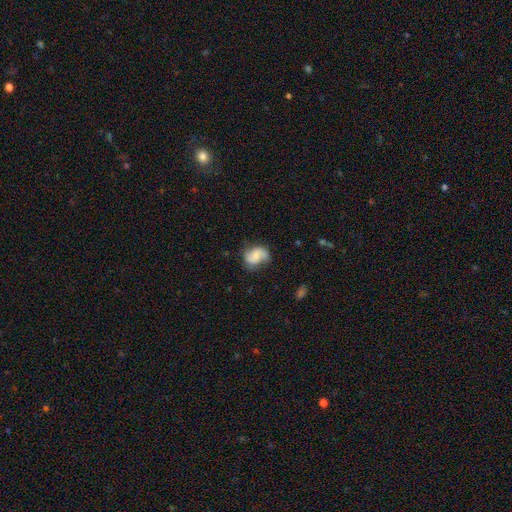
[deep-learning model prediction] The model was most divided on "spiral winding": loose: 42%, medium: 41%, tight: 17%. Remaining: edge-on disk — no (98%); spiral arms — yes (92%); spiral arm count — 2 (85%); merging — none (65%); smooth or featured — featured or disk (59%); bar — no (55%); bulge size — small (39%).